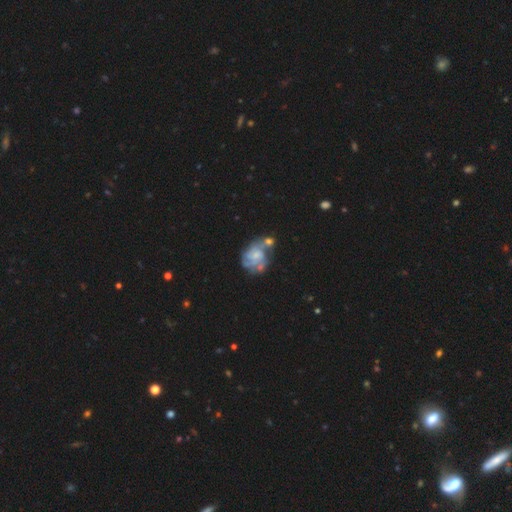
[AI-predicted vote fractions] A featured or disk galaxy (73%) with no bar (67%), tight (47%) spiral arms (79%) and a small central bulge (46%).

Vote fractions:
- Smooth or featured? featured or disk: 73% / smooth: 19% / star or artifact: 8%
- Edge-on disk? no: 98% / yes: 2%
- Bar? no: 67% / weak: 28% / strong: 5%
- Spiral arms? yes: 79% / no: 21%
- Spiral winding? tight: 47% / medium: 37% / loose: 15%
- Spiral arm count? can't tell: 41% / 3: 22% / 2: 16% / 4: 11% / 1: 5% / more than 4: 5%
- Bulge size? small: 46% / moderate: 28% / none: 21% / large: 4% / dominant: 1%
- Merging? none: 36% / merger: 27% / minor disturbance: 19% / major disturbance: 17%